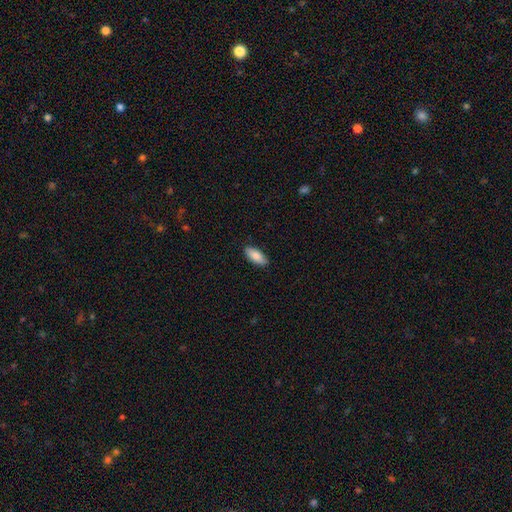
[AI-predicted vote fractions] Smooth or featured: smooth — 87% (featured or disk — 7%)
How rounded: in between — 84% (cigar-shaped — 14%)
Merging: none — 87% (minor disturbance — 10%)